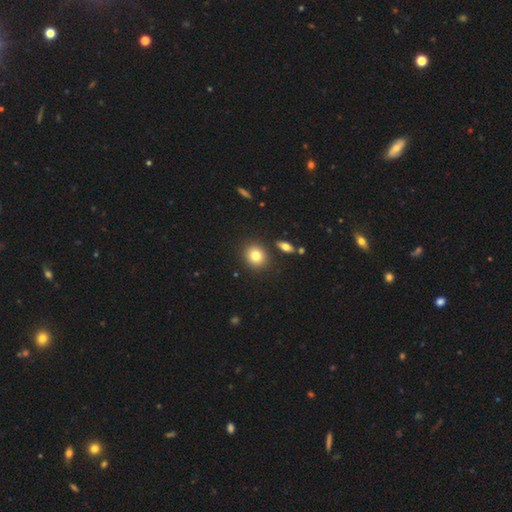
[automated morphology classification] smooth 81%, star or artifact 10%, featured or disk 10%. Down the decision tree: how rounded — round (75%); merging — none (86%).